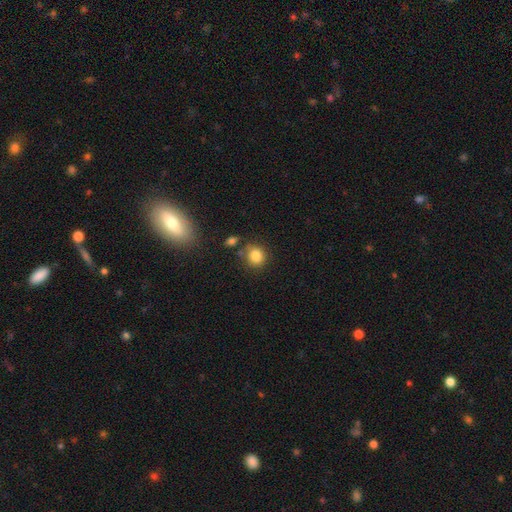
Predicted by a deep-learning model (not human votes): smooth_or_featured: smooth (p=0.83) [alt: star or artifact p=0.10]
how_rounded: round (p=0.80) [alt: in between p=0.19]
merging: none (p=0.73) [alt: minor disturbance p=0.13]